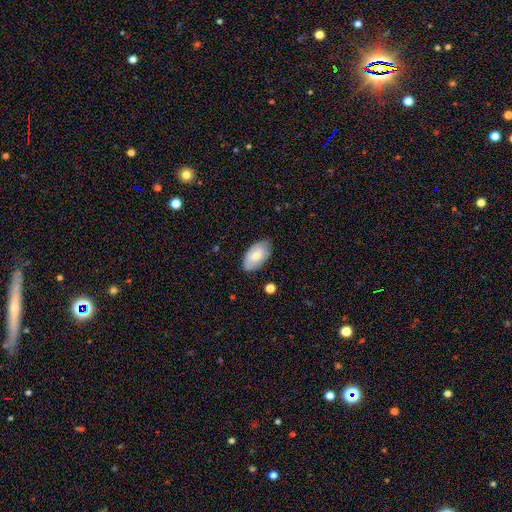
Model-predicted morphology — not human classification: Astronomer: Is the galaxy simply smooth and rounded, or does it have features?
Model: smooth — 69%.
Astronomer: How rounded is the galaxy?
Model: in between — 95%.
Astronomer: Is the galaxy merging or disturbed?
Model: none — 78%.